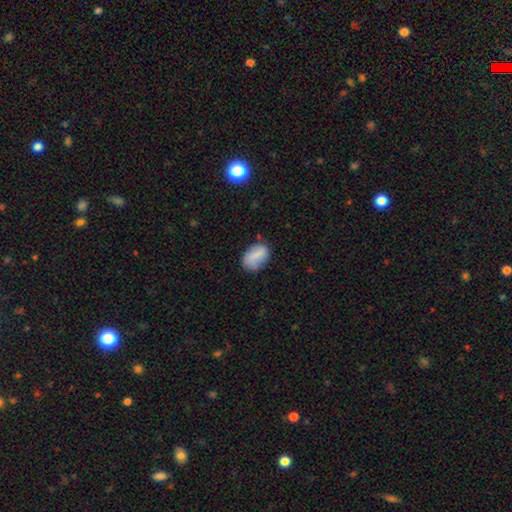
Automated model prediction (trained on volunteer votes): Smooth or featured? smooth (80%)
How rounded? in between (87%)
Merging? none (69%)